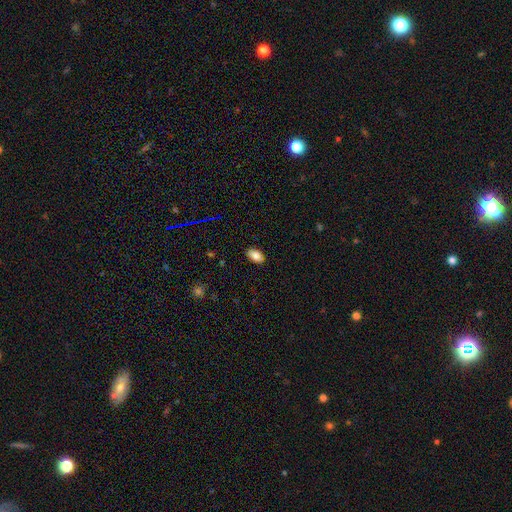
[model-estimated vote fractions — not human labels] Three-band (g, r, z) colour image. It shows a smooth galaxy with no disk features (83%) that is in between round and cigar-shaped (92%). Merging: none (86%).